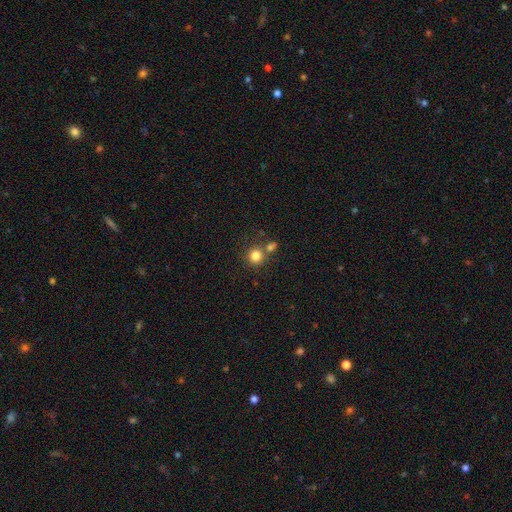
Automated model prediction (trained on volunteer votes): This appears to be a smooth galaxy with no disk features (82%) that is round (91%). Merging: none (67%).